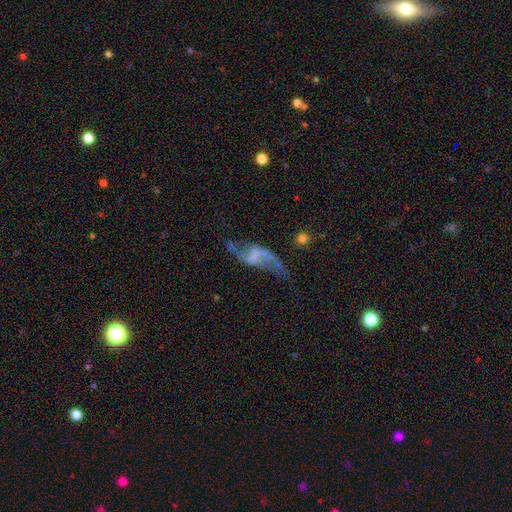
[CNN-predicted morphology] The model was most divided on "bar": weak: 41%, no: 33%, strong: 27%. More confident: edge-on disk — no (95%); spiral arm count — 2 (90%); spiral arms — yes (88%); spiral winding — loose (87%); smooth or featured — featured or disk (81%); bulge size — none (64%); merging — none (53%).